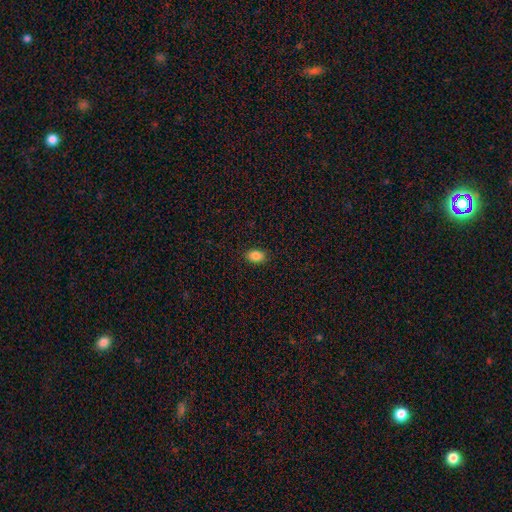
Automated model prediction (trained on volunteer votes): Smooth or featured?
  - smooth: 86% *
  - star or artifact: 9%
  - featured or disk: 5%
How rounded?
  - in between: 82% *
  - round: 16%
  - cigar-shaped: 1%
Merging?
  - none: 89% *
  - minor disturbance: 8%
  - major disturbance: 2%
  - merger: 1%